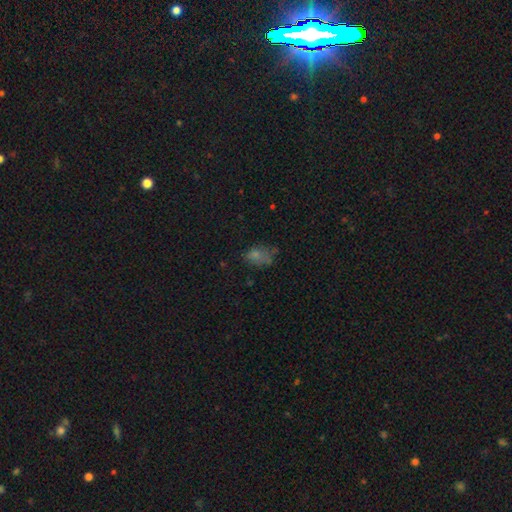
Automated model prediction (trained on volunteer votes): A smooth galaxy with no disk features (57%) that is in between round and cigar-shaped (76%).

Vote fractions:
- Smooth or featured? smooth: 57% / star or artifact: 27% / featured or disk: 16%
- How rounded? in between: 76% / round: 21% / cigar-shaped: 3%
- Merging? none: 50% / minor disturbance: 26% / major disturbance: 18% / merger: 6%